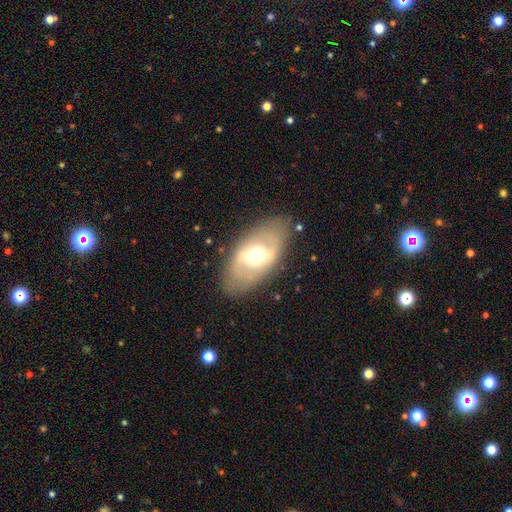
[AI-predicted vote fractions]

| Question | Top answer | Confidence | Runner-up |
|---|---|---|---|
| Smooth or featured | featured or disk | 51% | smooth (42%) |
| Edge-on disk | no | 85% | yes (15%) |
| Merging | none | 81% | minor disturbance (12%) |